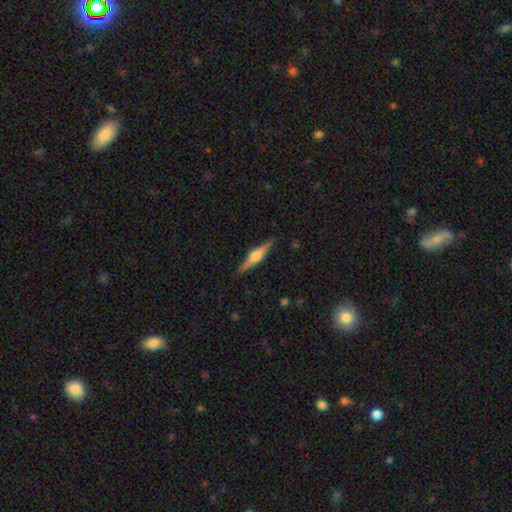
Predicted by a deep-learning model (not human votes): A featured or disk galaxy (76%) viewed edge-on (98%) with a rounded central bulge (86%). Merging: none (89%).